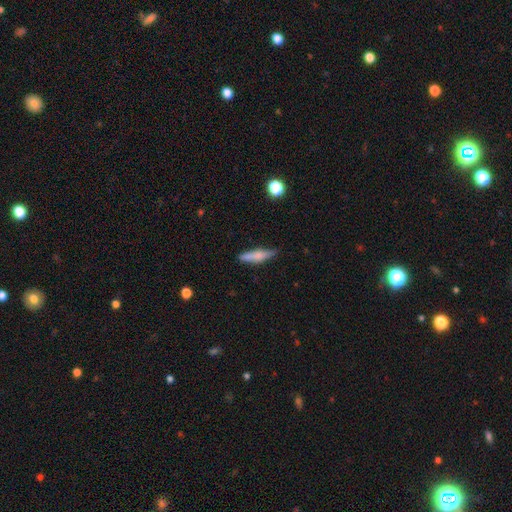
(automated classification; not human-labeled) smooth_or_featured: smooth (p=0.70) [alt: featured or disk p=0.23]
how_rounded: cigar-shaped (p=0.77) [alt: in between p=0.21]
merging: none (p=0.74) [alt: minor disturbance p=0.20]